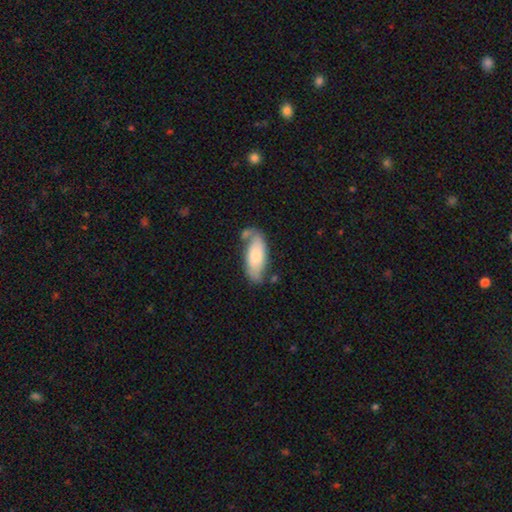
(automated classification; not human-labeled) Morphology: type=smooth (66%); roundness=in between (83%); merging=none (51%).